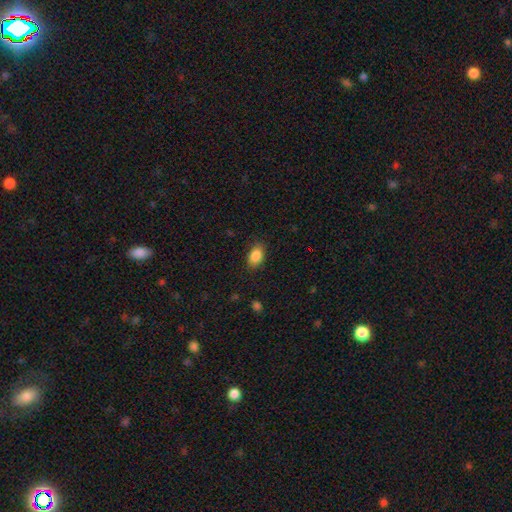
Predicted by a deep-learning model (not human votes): smooth 87%, star or artifact 8%, featured or disk 5%. Down the decision tree: how rounded — in between (88%); merging — none (85%).